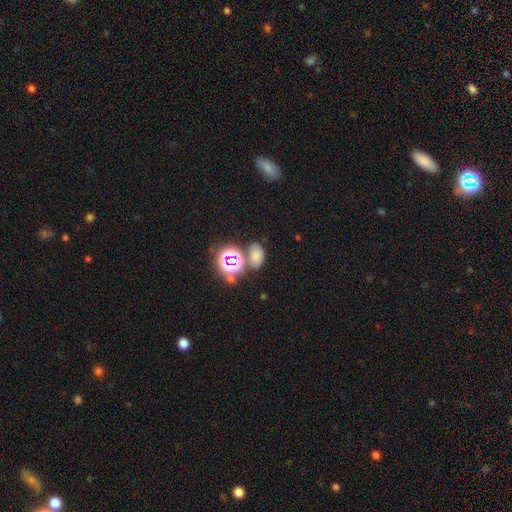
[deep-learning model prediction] Smooth or featured?
  - smooth: 63% *
  - star or artifact: 28%
  - featured or disk: 9%
How rounded?
  - in between: 79% *
  - round: 20%
  - cigar-shaped: 1%
Merging?
  - none: 68% *
  - minor disturbance: 13%
  - merger: 13%
  - major disturbance: 5%